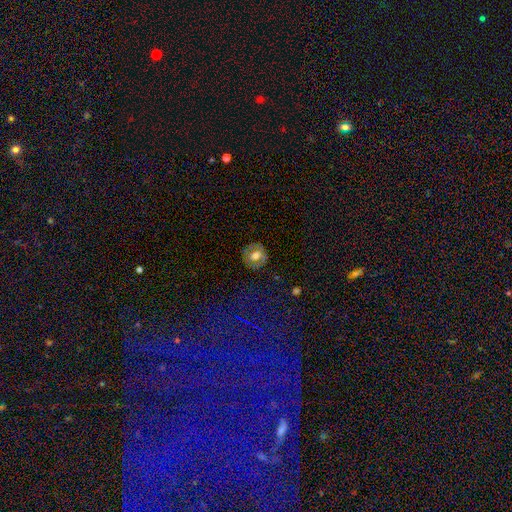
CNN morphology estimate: A smooth galaxy with no disk features (51%) that is round (76%).

Vote fractions:
- Smooth or featured? smooth: 51% / featured or disk: 39% / star or artifact: 9%
- How rounded? round: 76% / in between: 23% / cigar-shaped: 1%
- Merging? none: 81% / minor disturbance: 14% / major disturbance: 4% / merger: 1%